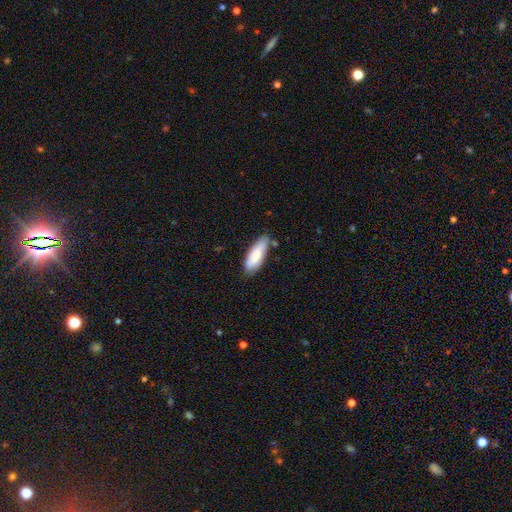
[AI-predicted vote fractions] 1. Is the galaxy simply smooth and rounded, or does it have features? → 79% smooth, 15% featured or disk, 6% star or artifact.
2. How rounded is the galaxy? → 65% in between, 33% cigar-shaped, 2% round.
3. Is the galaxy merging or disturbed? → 68% none, 24% minor disturbance, 4% merger, 4% major disturbance.